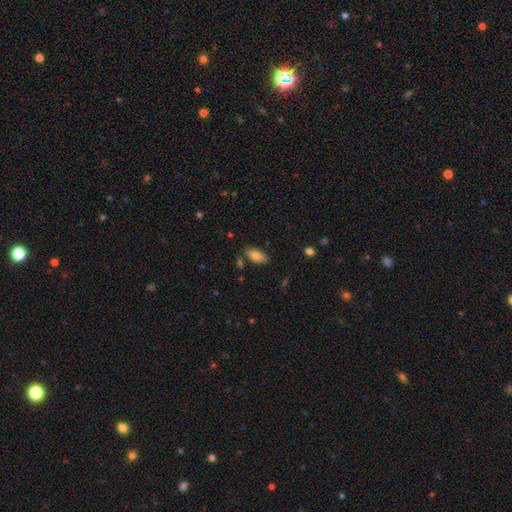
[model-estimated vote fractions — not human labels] smooth 82%, featured or disk 10%, star or artifact 8%. Down the decision tree: how rounded — in between (91%); merging — none (80%).